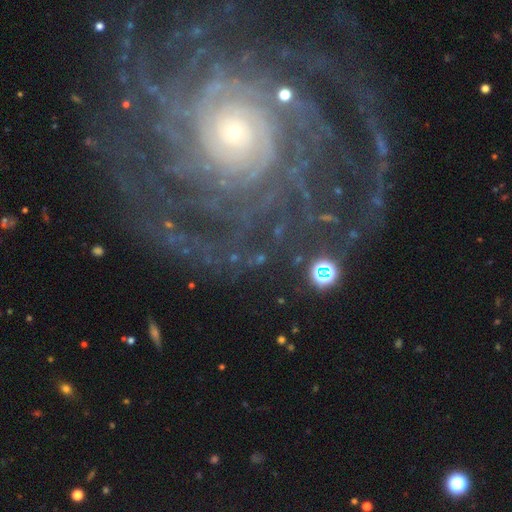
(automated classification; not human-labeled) This appears to be a featured or disk galaxy (88%) with no bar (78%), tight (74%) spiral arms (97%) and a small central bulge (64%). Merging: none (72%).